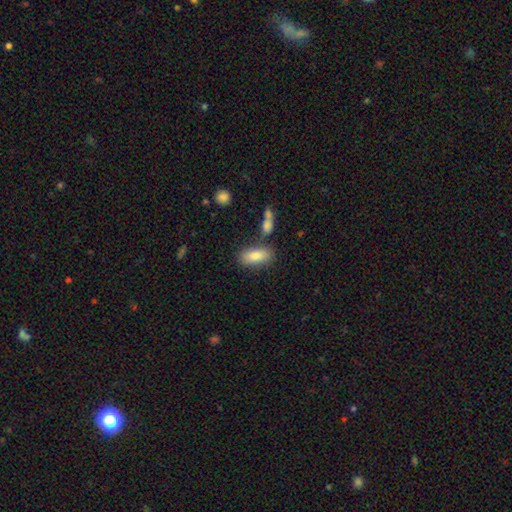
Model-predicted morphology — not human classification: smooth 84%, featured or disk 10%, star or artifact 6%. Down the decision tree: how rounded — in between (87%); merging — none (73%).